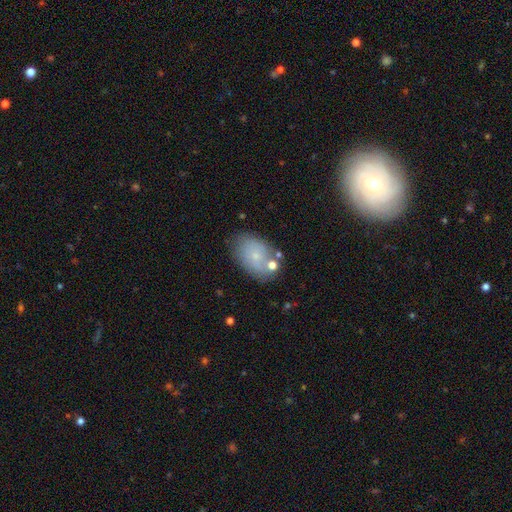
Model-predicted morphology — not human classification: Smooth or featured?
  - smooth: 65% *
  - featured or disk: 25%
  - star or artifact: 10%
How rounded?
  - in between: 85% *
  - round: 14%
  - cigar-shaped: 1%
Merging?
  - none: 65% *
  - minor disturbance: 20%
  - merger: 8%
  - major disturbance: 6%